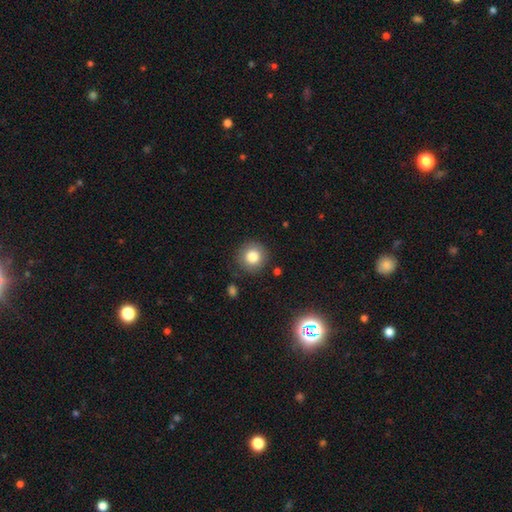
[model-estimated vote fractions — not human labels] The model was most divided on "smooth or featured": smooth: 81%, star or artifact: 10%, featured or disk: 9%. More confident: how rounded — round (94%); merging — none (85%).